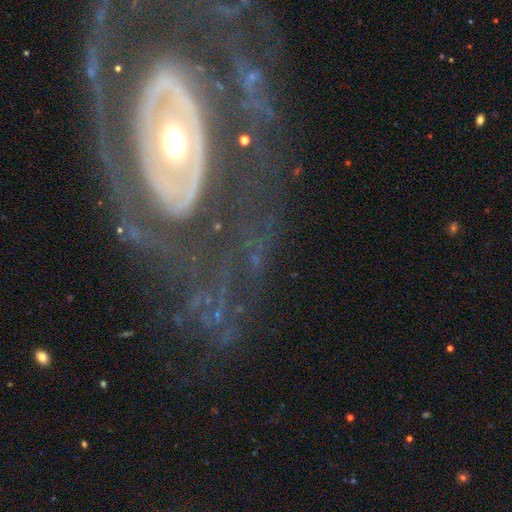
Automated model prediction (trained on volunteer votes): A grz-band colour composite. It shows a featured or disk galaxy (79%) with no bar (68%), spiral arms (62%) and a moderate central bulge (66%). Merging: none (59%).